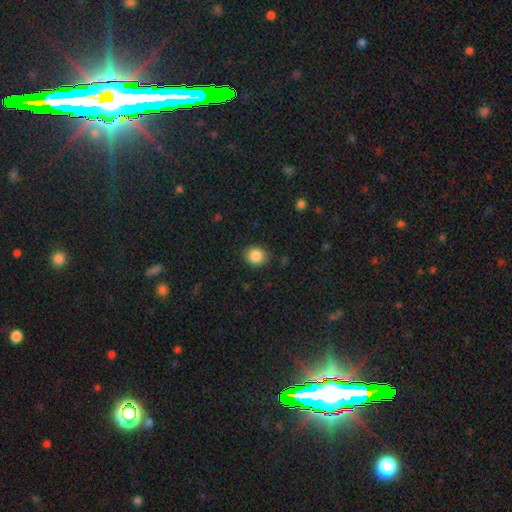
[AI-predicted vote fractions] smooth 86%, star or artifact 9%, featured or disk 4%. Down the decision tree: how rounded — round (75%); merging — none (88%).